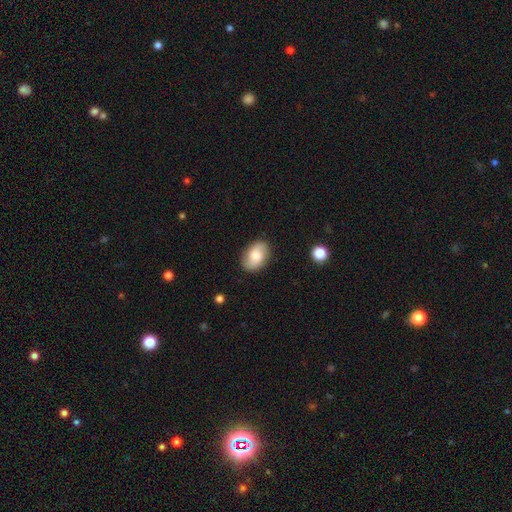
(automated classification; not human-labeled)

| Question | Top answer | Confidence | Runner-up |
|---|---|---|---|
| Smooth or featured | smooth | 64% | featured or disk (29%) |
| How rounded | in between | 83% | round (16%) |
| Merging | none | 83% | minor disturbance (12%) |